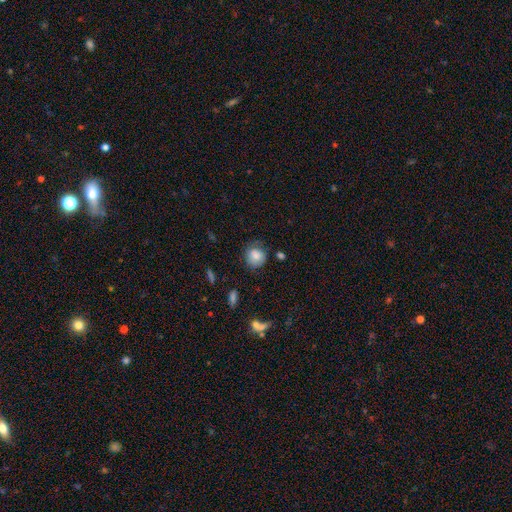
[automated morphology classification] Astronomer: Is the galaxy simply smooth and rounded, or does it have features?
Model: smooth — 77%.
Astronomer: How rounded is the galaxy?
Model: round — 80%.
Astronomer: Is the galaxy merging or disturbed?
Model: none — 65%.